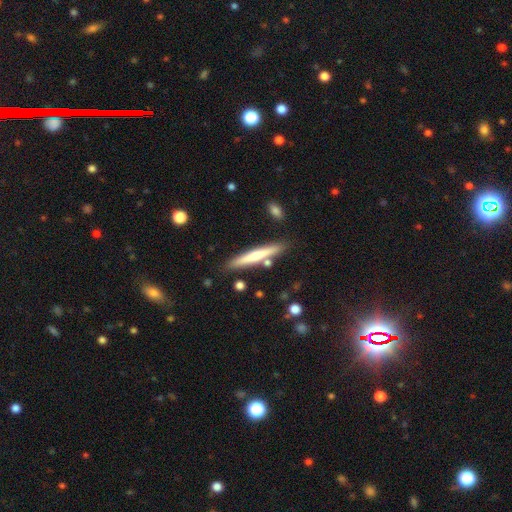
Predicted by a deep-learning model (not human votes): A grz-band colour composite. It shows a smooth galaxy with no disk features (52%) that is cigar-shaped (94%). Merging: none (83%).